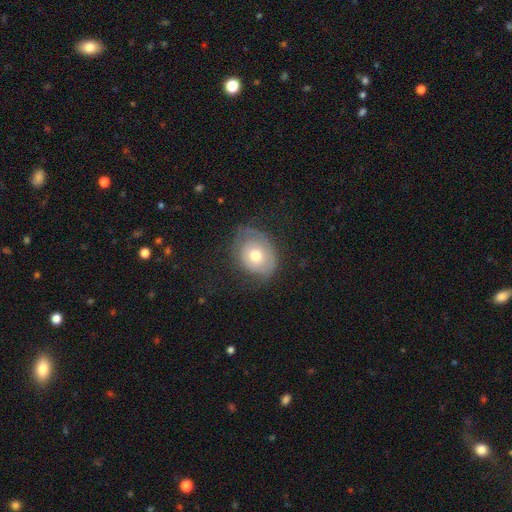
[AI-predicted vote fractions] Q: Smooth or featured?
A: smooth (52%); runner-up: featured or disk (40%)
Q: How rounded?
A: round (53%); runner-up: in between (46%)
Q: Merging?
A: none (51%); runner-up: minor disturbance (30%)